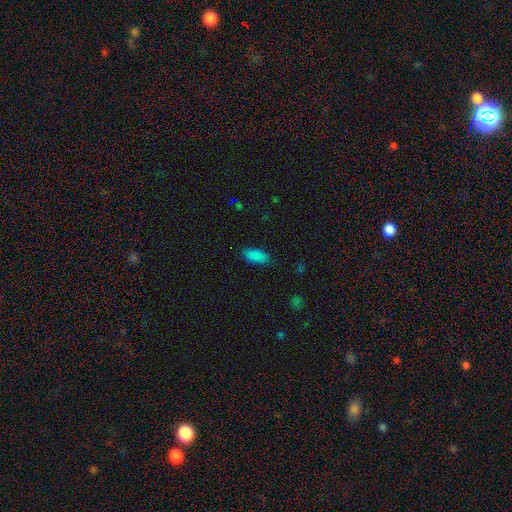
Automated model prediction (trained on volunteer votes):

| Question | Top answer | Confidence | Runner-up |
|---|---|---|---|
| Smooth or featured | smooth | 87% | star or artifact (9%) |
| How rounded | in between | 87% | cigar-shaped (11%) |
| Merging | none | 85% | minor disturbance (11%) |